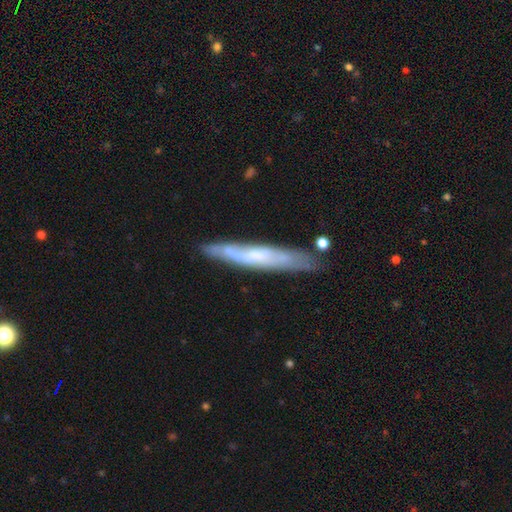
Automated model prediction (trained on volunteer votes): Q: Smooth or featured?
A: featured or disk (58%); runner-up: smooth (36%)
Q: Edge-on disk?
A: yes (71%); runner-up: no (29%)
Q: Merging?
A: none (77%); runner-up: minor disturbance (16%)